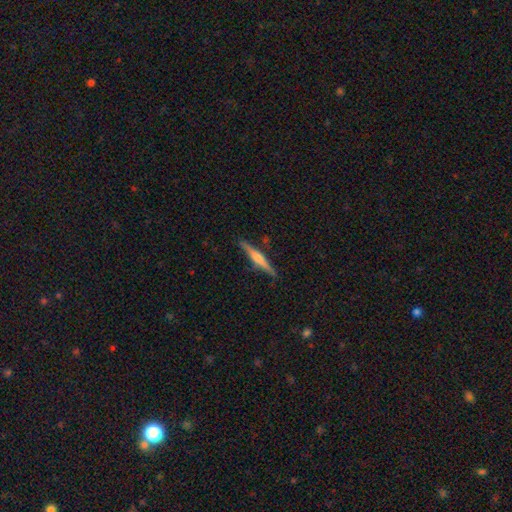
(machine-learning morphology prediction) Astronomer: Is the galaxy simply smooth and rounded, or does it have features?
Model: featured or disk — 71%.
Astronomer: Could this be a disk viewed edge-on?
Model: yes — 98%.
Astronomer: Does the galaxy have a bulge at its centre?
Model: rounded — 76%.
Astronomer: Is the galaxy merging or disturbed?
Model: none — 90%.